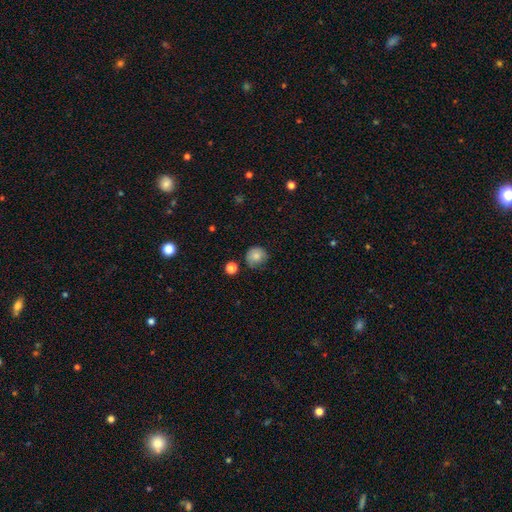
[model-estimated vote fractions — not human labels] This is clearly a smooth galaxy (81%). How rounded: clearly round (85%). Merging: likely none (64%).